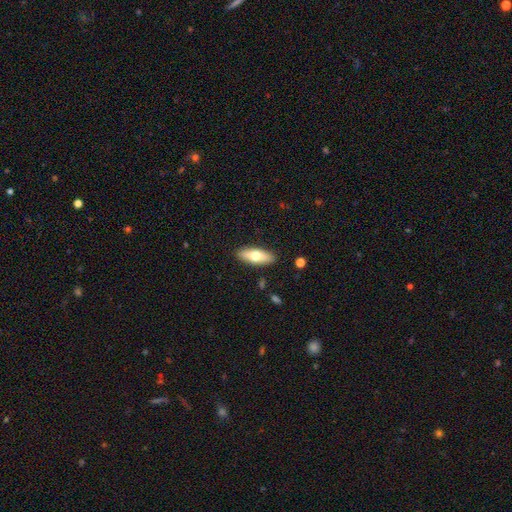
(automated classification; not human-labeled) Smooth or featured?
  - smooth: 67% *
  - featured or disk: 27%
  - star or artifact: 6%
How rounded?
  - in between: 68% *
  - cigar-shaped: 30%
  - round: 2%
Merging?
  - none: 89% *
  - minor disturbance: 8%
  - major disturbance: 2%
  - merger: 1%